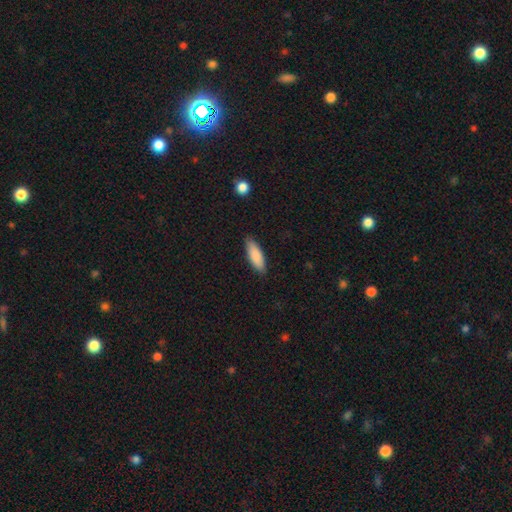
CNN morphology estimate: Smooth or featured?
  - smooth: 87% *
  - featured or disk: 7%
  - star or artifact: 6%
How rounded?
  - in between: 58% *
  - cigar-shaped: 40%
  - round: 2%
Merging?
  - none: 86% *
  - minor disturbance: 11%
  - major disturbance: 2%
  - merger: 1%